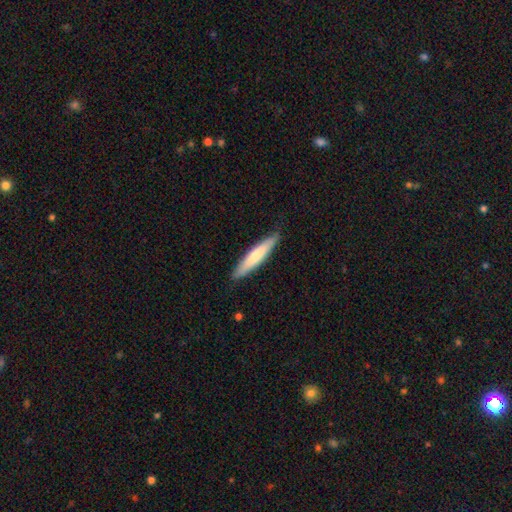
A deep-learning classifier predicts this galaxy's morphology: smooth_or_featured: smooth (p=0.69) [alt: featured or disk p=0.26]
how_rounded: cigar-shaped (p=0.88) [alt: in between p=0.10]
merging: none (p=0.87) [alt: minor disturbance p=0.10]